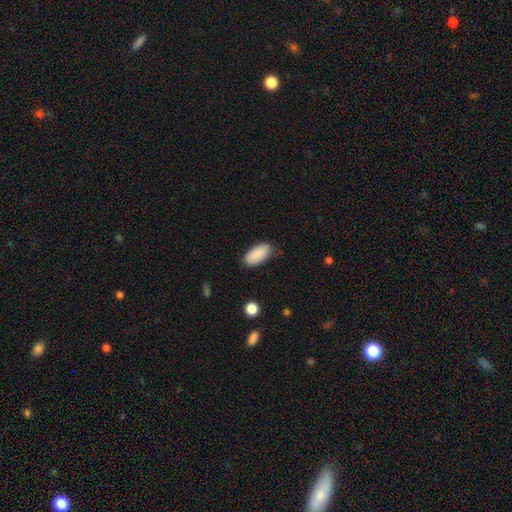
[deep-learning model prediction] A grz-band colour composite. It shows a smooth galaxy with no disk features (89%) that is in between round and cigar-shaped (91%). Merging: none (84%).